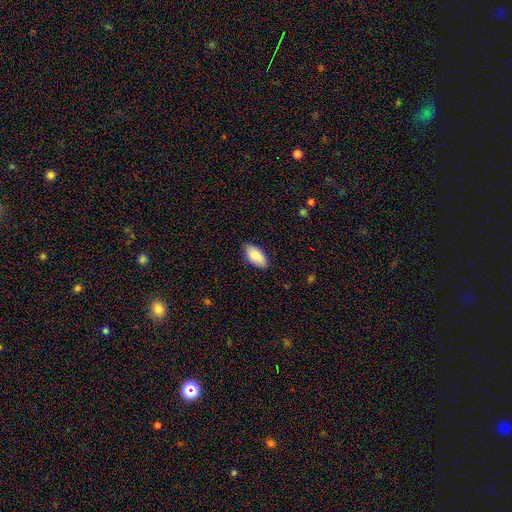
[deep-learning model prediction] This appears to be a smooth galaxy with no disk features (89%) that is in between round and cigar-shaped (94%). Merging: none (83%).